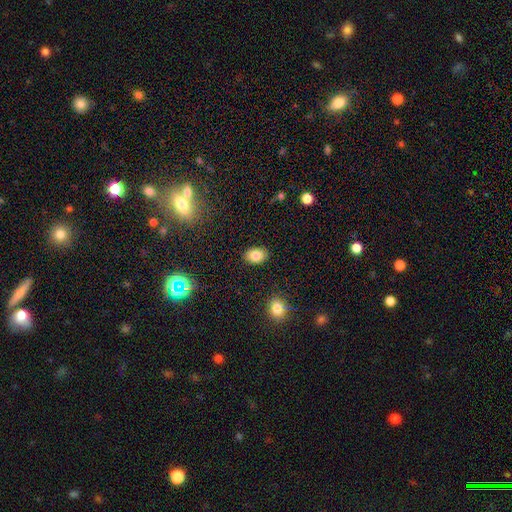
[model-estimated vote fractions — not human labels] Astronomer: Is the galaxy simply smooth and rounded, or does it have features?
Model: smooth — 83%.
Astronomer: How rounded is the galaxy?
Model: in between — 80%.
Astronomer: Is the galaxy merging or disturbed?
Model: none — 88%.